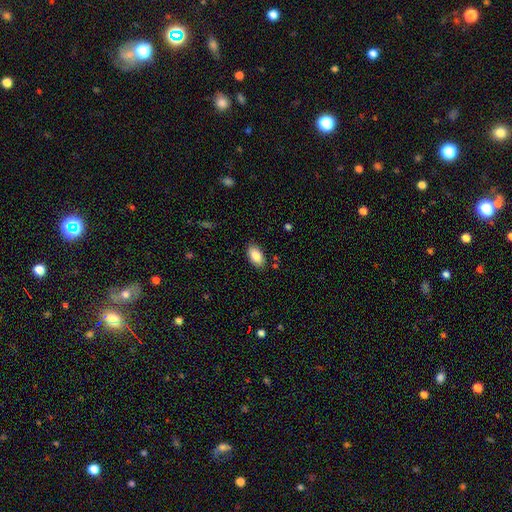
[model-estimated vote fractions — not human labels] Q: Smooth or featured?
A: smooth (87%); runner-up: star or artifact (7%)
Q: How rounded?
A: in between (95%); runner-up: round (3%)
Q: Merging?
A: none (87%); runner-up: minor disturbance (10%)